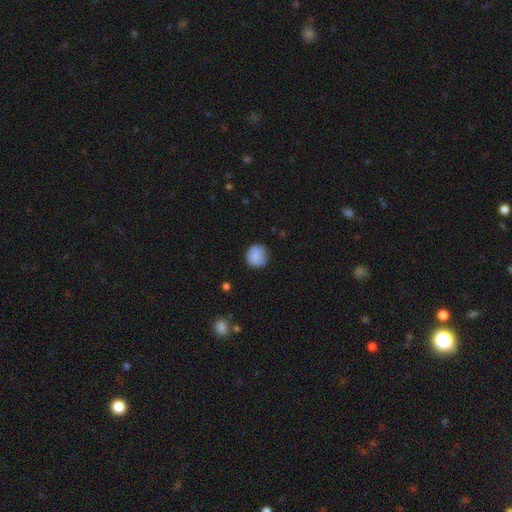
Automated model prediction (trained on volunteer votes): This appears to be a smooth galaxy with no disk features (86%) that is round (89%). Merging: none (82%).